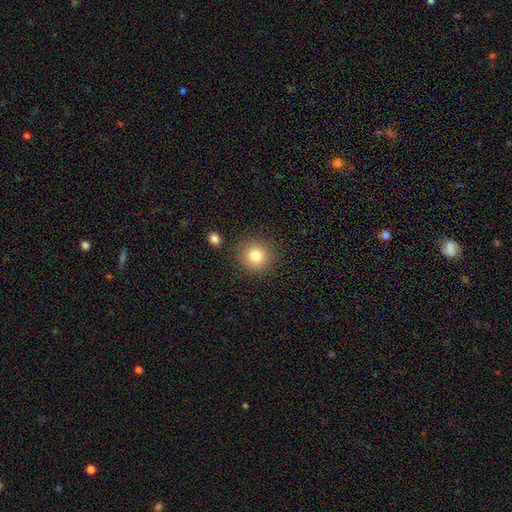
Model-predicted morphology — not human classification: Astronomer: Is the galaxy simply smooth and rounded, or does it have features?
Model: smooth — 82%.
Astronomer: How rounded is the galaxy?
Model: round — 93%.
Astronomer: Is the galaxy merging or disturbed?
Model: none — 88%.